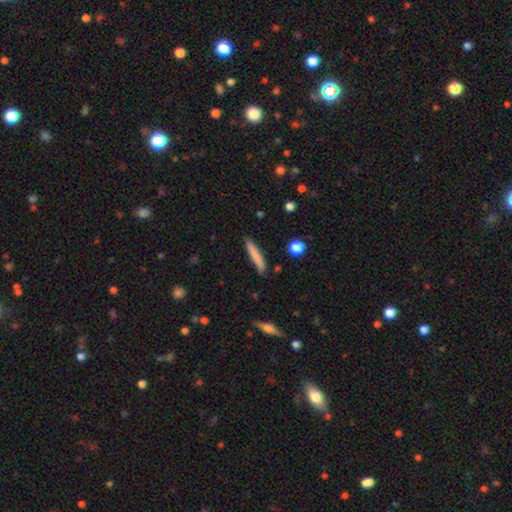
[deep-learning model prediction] The model was most divided on "smooth or featured": smooth: 77%, featured or disk: 17%, star or artifact: 6%. More confident: how rounded — cigar-shaped (93%); merging — none (87%).